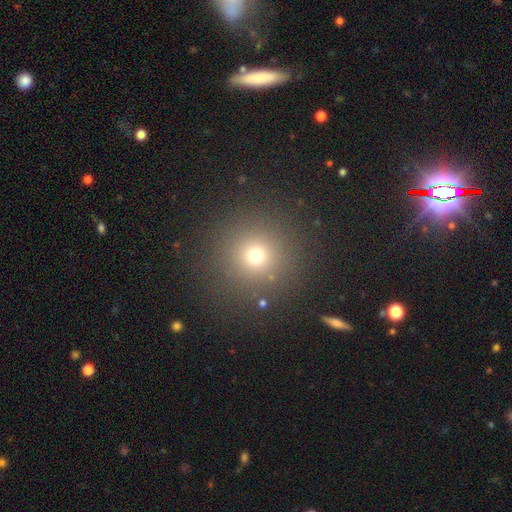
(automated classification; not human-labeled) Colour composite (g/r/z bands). It shows a smooth galaxy with no disk features (70%) that is round (95%). Merging: none (88%).